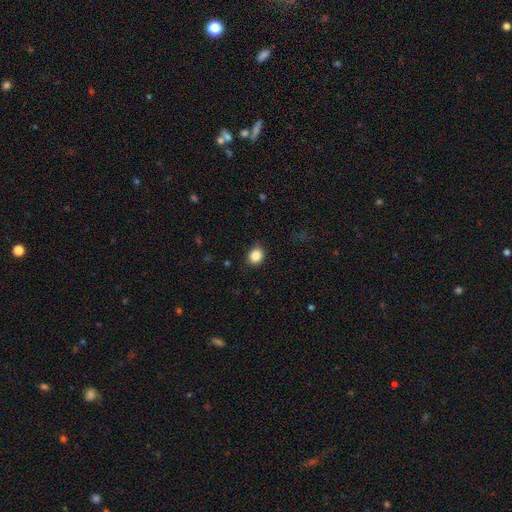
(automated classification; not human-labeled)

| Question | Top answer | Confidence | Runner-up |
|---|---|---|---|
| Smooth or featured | smooth | 85% | star or artifact (10%) |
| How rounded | round | 68% | in between (31%) |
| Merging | none | 83% | minor disturbance (13%) |